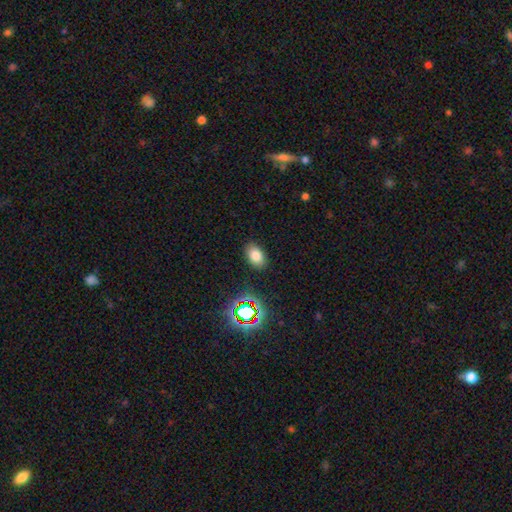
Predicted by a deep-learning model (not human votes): smooth-or-featured: smooth: 76% | star or artifact: 15% | featured or disk: 9%
  how-rounded: in between: 86% | round: 13% | cigar-shaped: 1%
  merging: none: 86% | minor disturbance: 10% | major disturbance: 3% | merger: 2%